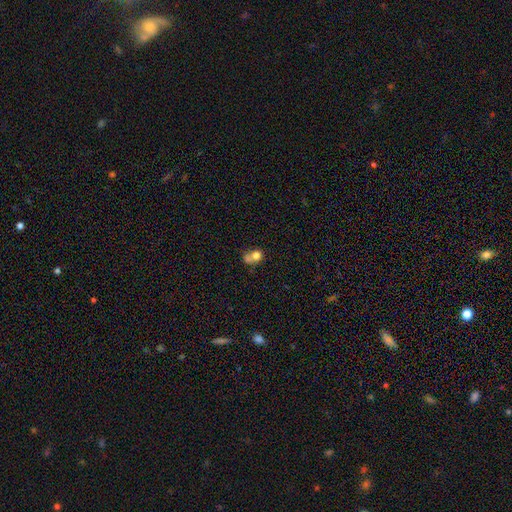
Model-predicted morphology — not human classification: The model was most divided on "merging": merger: 40%, none: 33%, minor disturbance: 16%, major disturbance: 11%. More confident: smooth or featured — smooth (73%); how rounded — round (66%).